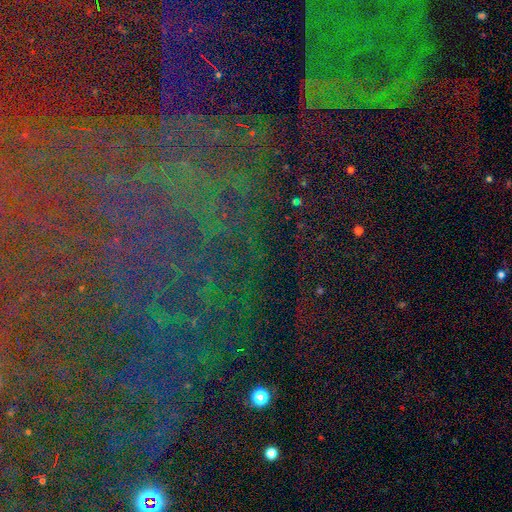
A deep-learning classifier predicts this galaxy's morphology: Smooth or featured? Predicted: star or artifact (p=0.82).